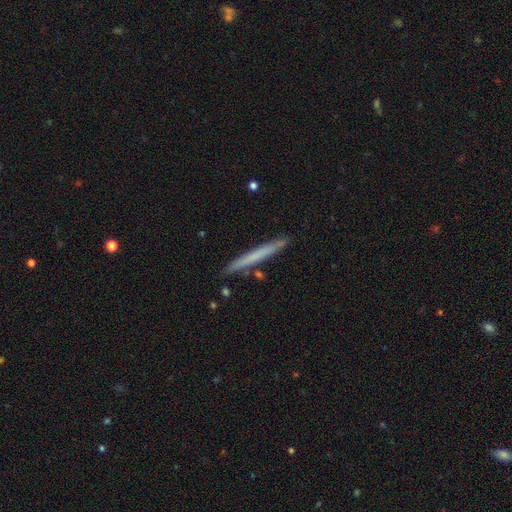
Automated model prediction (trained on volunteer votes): smooth 60%, featured or disk 34%, star or artifact 6%. Down the decision tree: how rounded — cigar-shaped (97%); merging — none (89%).